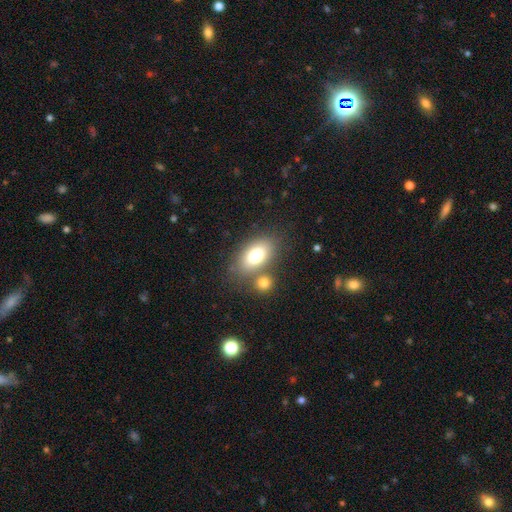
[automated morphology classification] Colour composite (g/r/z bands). It shows a smooth galaxy with no disk features (77%) that is in between round and cigar-shaped (89%). Merging: none (63%).